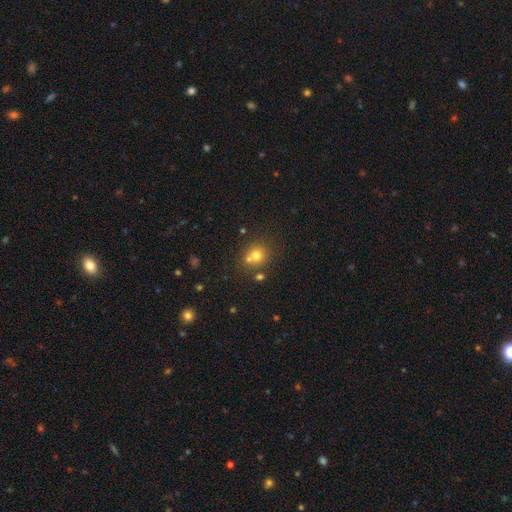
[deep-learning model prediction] Q: Smooth or featured?
A: smooth (72%); runner-up: star or artifact (16%)
Q: How rounded?
A: round (85%); runner-up: in between (14%)
Q: Merging?
A: none (61%); runner-up: merger (28%)